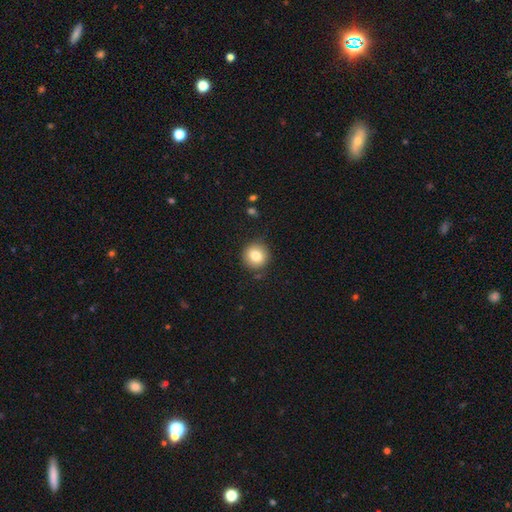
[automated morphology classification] A smooth galaxy with no disk features (80%) that is round (91%). Merging: none (87%).